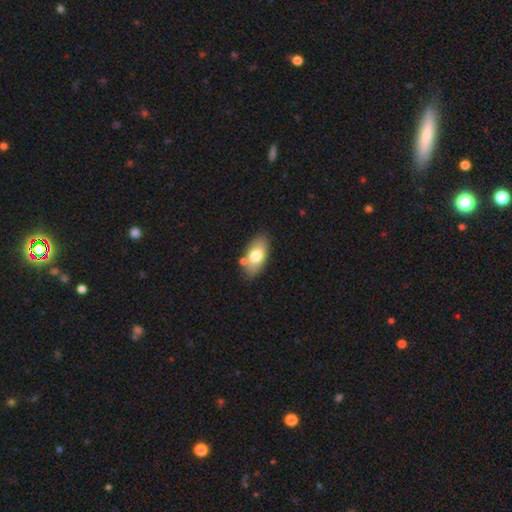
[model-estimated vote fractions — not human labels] Smooth or featured? smooth (73%)
How rounded? in between (91%)
Merging? none (75%)